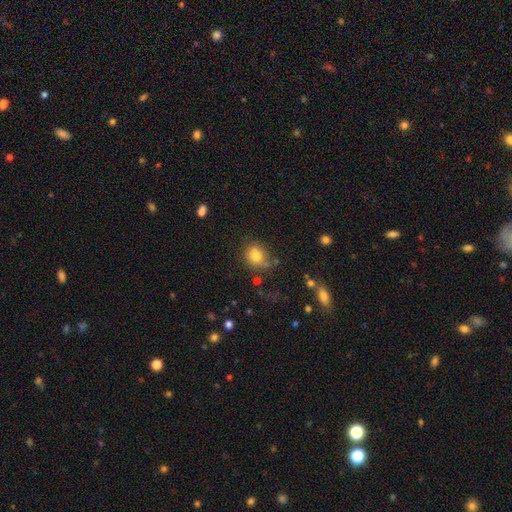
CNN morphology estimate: The model was most divided on "how rounded": round: 63%, in between: 36%, cigar-shaped: 1%. More confident: smooth or featured — smooth (79%); merging — none (61%).